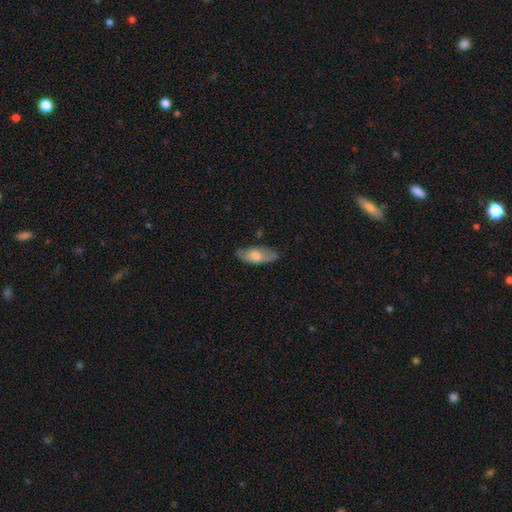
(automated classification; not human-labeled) Q: Smooth or featured?
A: smooth (64%); runner-up: featured or disk (30%)
Q: How rounded?
A: in between (78%); runner-up: cigar-shaped (19%)
Q: Merging?
A: none (74%); runner-up: minor disturbance (20%)